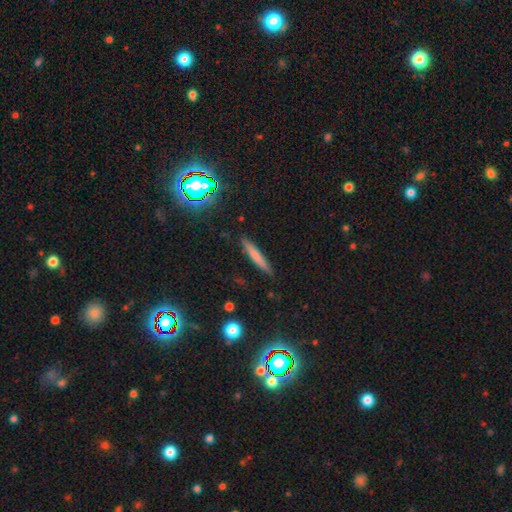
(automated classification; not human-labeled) A smooth galaxy with no disk features (68%) that is cigar-shaped (93%).

Vote fractions:
- Smooth or featured? smooth: 68% / featured or disk: 23% / star or artifact: 9%
- How rounded? cigar-shaped: 93% / in between: 5% / round: 2%
- Merging? none: 88% / minor disturbance: 9% / major disturbance: 2% / merger: 1%